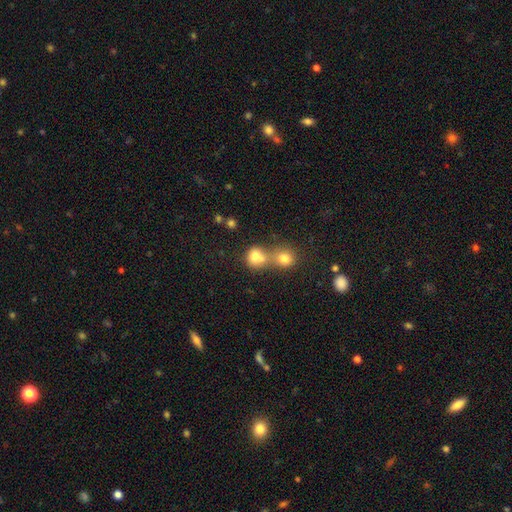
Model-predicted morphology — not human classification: Smooth or featured? smooth (75%)
How rounded? round (66%)
Merging? merger (63%)